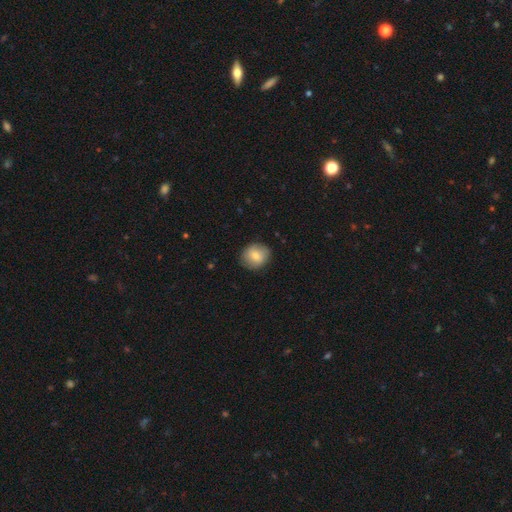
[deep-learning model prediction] smooth-or-featured: smooth: 78% | featured or disk: 14% | star or artifact: 8%
  how-rounded: round: 82% | in between: 17% | cigar-shaped: 1%
  merging: none: 86% | minor disturbance: 11% | major disturbance: 2% | merger: 1%